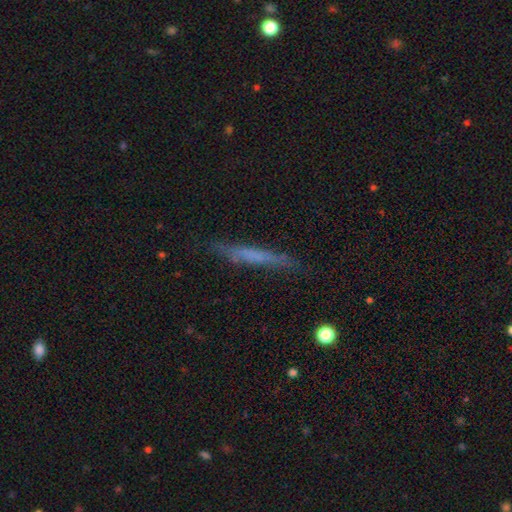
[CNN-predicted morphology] The model was most divided on "smooth or featured": smooth: 50%, featured or disk: 42%, star or artifact: 9%. More confident: merging — none (80%).